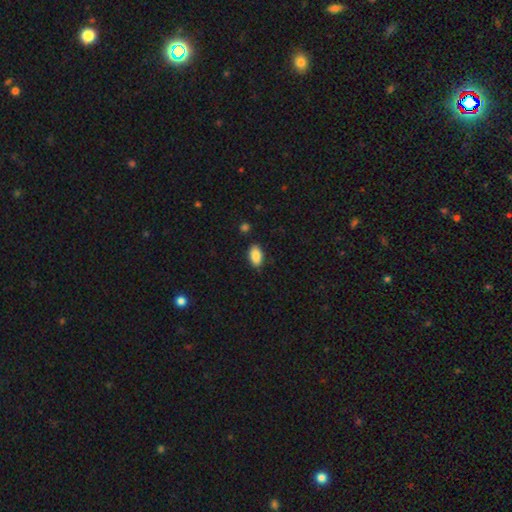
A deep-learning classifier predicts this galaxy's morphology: Q: Smooth or featured?
A: smooth (88%); runner-up: star or artifact (7%)
Q: How rounded?
A: in between (93%); runner-up: round (5%)
Q: Merging?
A: none (84%); runner-up: minor disturbance (11%)